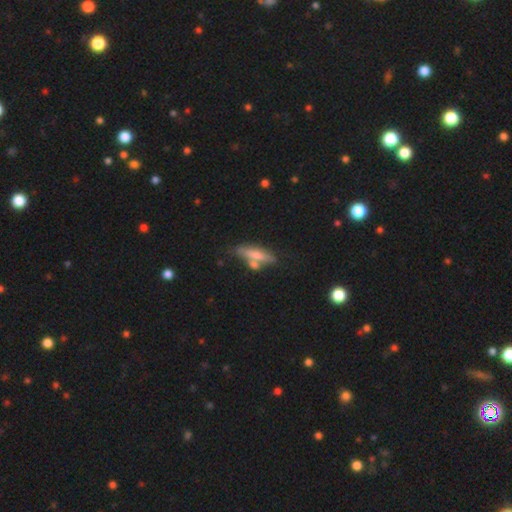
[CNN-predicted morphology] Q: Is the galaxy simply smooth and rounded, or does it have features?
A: smooth — 54%.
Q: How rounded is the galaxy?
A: cigar-shaped — 67%.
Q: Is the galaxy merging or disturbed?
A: none — 53%.